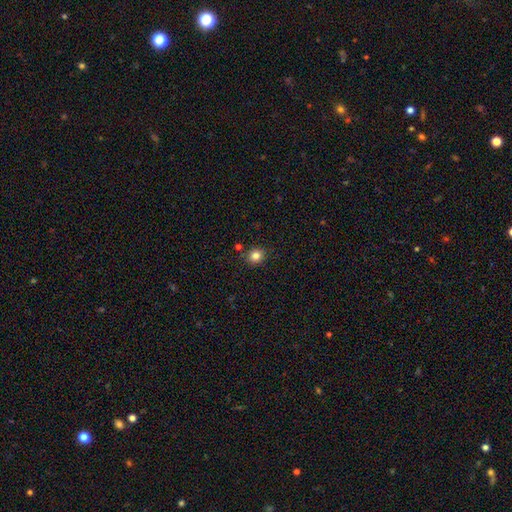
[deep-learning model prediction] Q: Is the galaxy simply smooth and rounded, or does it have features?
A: smooth — 82%.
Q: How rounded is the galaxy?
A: round — 83%.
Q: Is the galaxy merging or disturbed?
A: none — 86%.